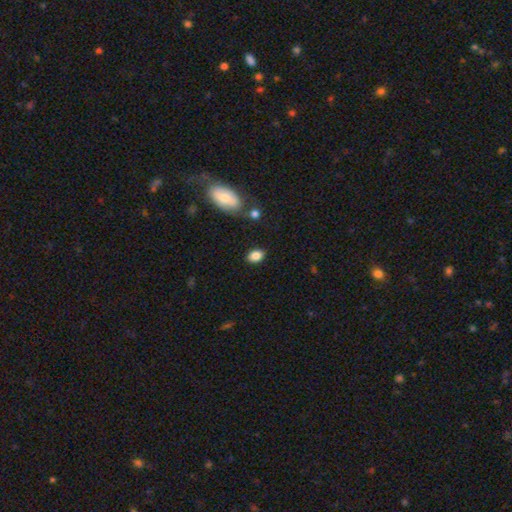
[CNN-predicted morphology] smooth 85%, star or artifact 9%, featured or disk 6%. Down the decision tree: how rounded — in between (78%); merging — none (82%).